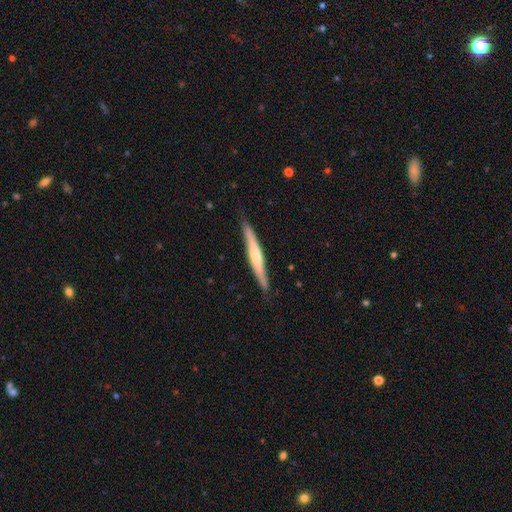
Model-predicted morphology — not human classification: Overall: featured or disk (58%; smooth 37%). Edge-on disk: yes (96%). Edge-on bulge: rounded (62%; none 27%). Merging: none (86%).